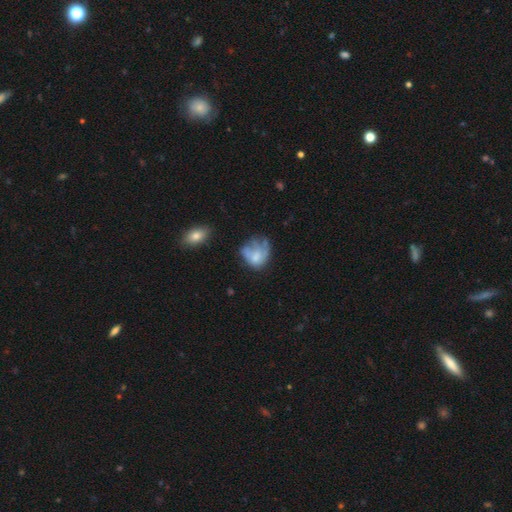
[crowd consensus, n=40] Smooth or featured: smooth — 50% (featured or disk — 40%)
How rounded: round — 50% (tied with in between — 50%)
Merging: major disturbance — 39% (none — 33%)